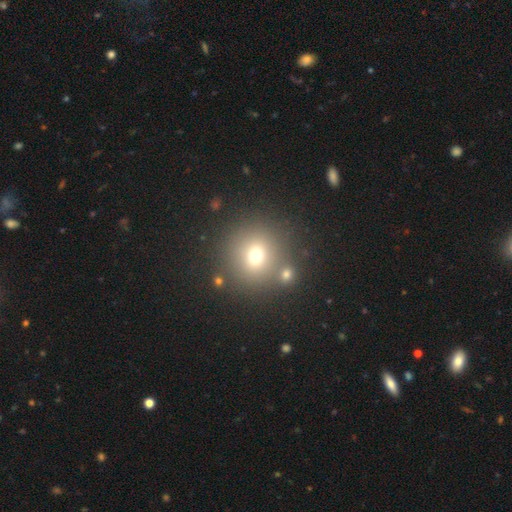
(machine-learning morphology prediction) Smooth or featured?
  - smooth: 69% *
  - star or artifact: 18%
  - featured or disk: 12%
How rounded?
  - round: 91% *
  - in between: 8%
  - cigar-shaped: 1%
Merging?
  - none: 75% *
  - merger: 13%
  - minor disturbance: 8%
  - major disturbance: 4%